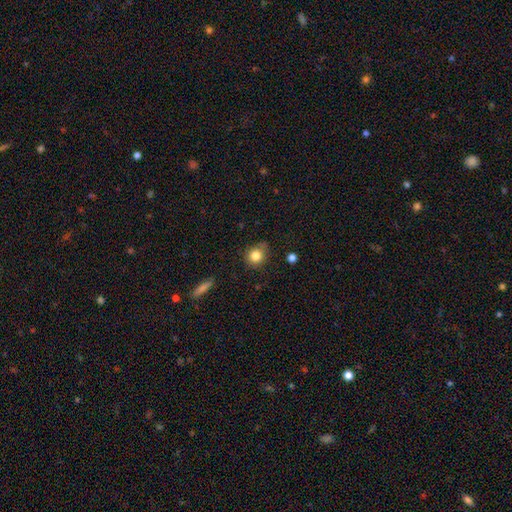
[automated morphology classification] Overall: smooth (82%). How rounded: round (81%). Merging: none (72%).